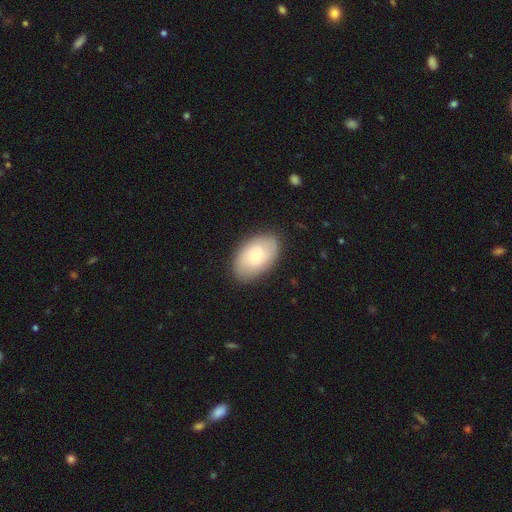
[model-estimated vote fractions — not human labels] smooth 63%, featured or disk 30%, star or artifact 7%. Down the decision tree: how rounded — in between (91%); merging — none (84%).